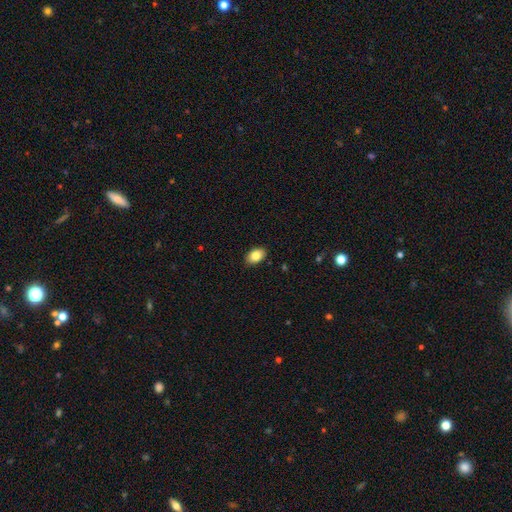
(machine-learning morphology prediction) smooth_or_featured: smooth (p=0.84) [alt: featured or disk p=0.08]
how_rounded: in between (p=0.87) [alt: round p=0.12]
merging: none (p=0.89) [alt: minor disturbance p=0.08]